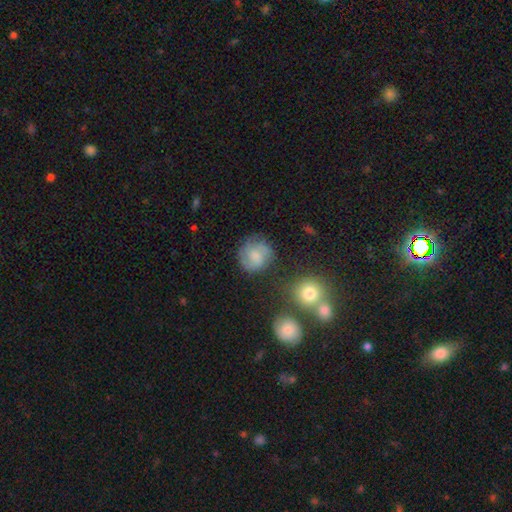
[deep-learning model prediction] The model was most divided on "bulge size": small: 39%, moderate: 35%, none: 19%, large: 5%, dominant: 2%. More confident: edge-on disk — no (98%); spiral arms — yes (89%); merging — none (73%); bar — no (59%); smooth or featured — featured or disk (54%).